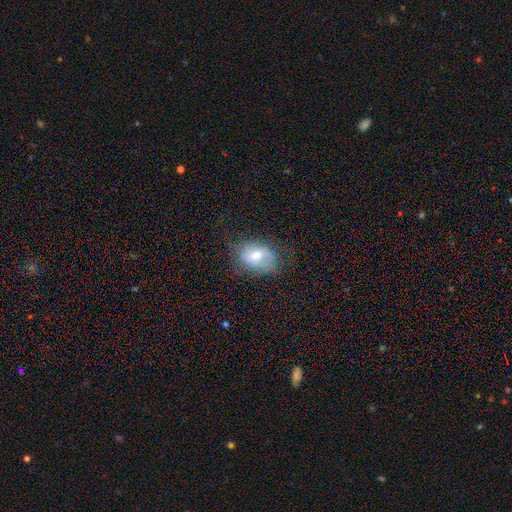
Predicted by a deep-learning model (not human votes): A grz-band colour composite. It shows a smooth galaxy with no disk features (55%) that is in between round and cigar-shaped (73%). Merging: none (62%).